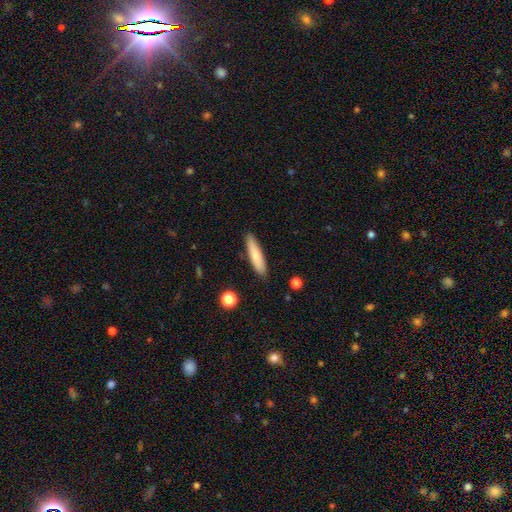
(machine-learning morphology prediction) This is likely a smooth galaxy (77%). How rounded: clearly cigar-shaped (80%). Merging: clearly none (87%).